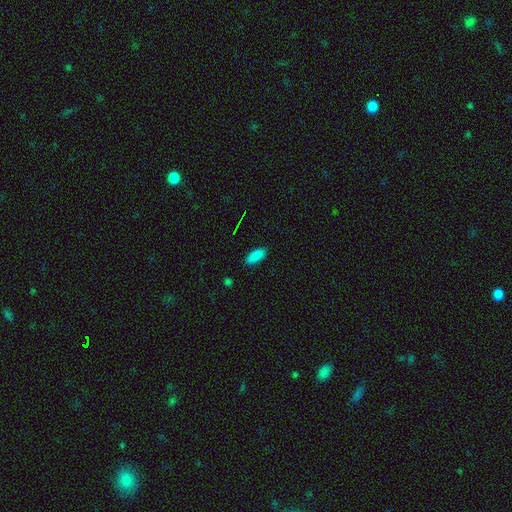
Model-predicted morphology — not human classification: The model was most divided on "how rounded": in between: 83%, cigar-shaped: 15%, round: 2%. More confident: merging — none (88%); smooth or featured — smooth (87%).